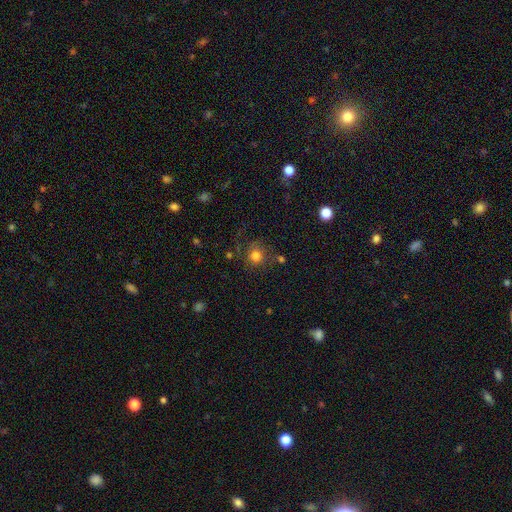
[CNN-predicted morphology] This is likely a smooth galaxy (75%). How rounded: clearly round (88%). Merging: likely none (67%).